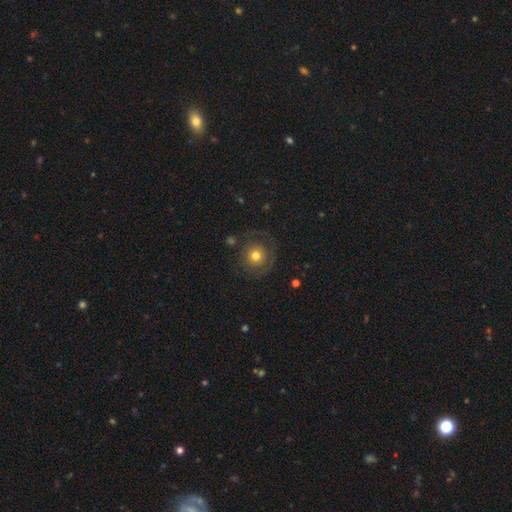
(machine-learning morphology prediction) A smooth galaxy with no disk features (61%) that is round (93%).

Vote fractions:
- Smooth or featured? smooth: 61% / featured or disk: 28% / star or artifact: 11%
- How rounded? round: 93% / in between: 7% / cigar-shaped: 1%
- Merging? none: 72% / minor disturbance: 14% / major disturbance: 12% / merger: 2%